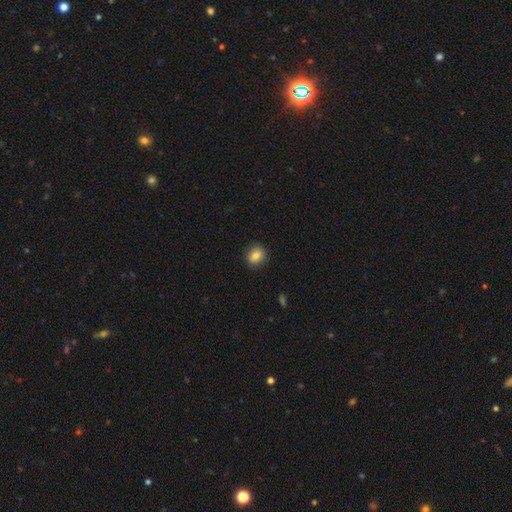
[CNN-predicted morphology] type=smooth (83%); roundness=round (70%); merging=none (89%).